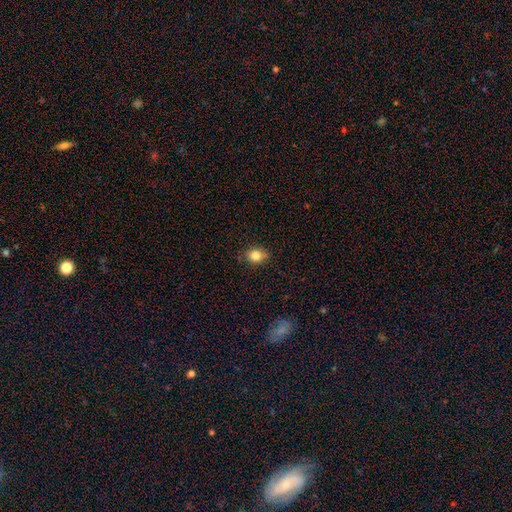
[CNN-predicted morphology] Smooth or featured: smooth — 83% (star or artifact — 10%)
How rounded: round — 57% (in between — 42%)
Merging: none — 82% (minor disturbance — 14%)